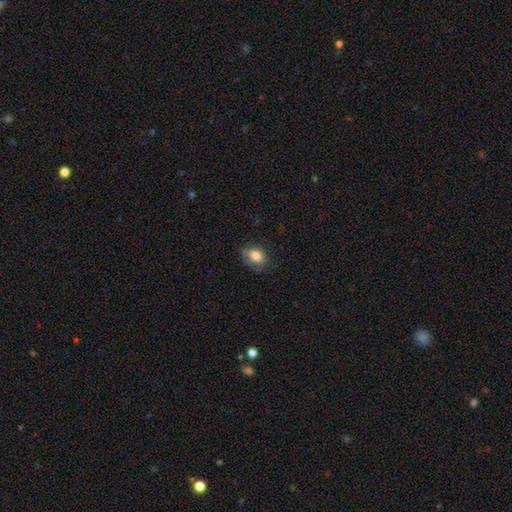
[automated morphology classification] Overall: smooth (82%). How rounded: in between (71%). Merging: none (72%).